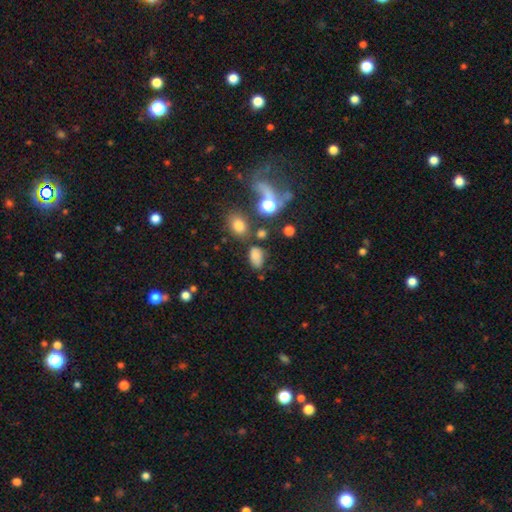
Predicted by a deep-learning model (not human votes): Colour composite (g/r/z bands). It shows a smooth galaxy with no disk features (76%) that is in between round and cigar-shaped (87%). Merging: none (61%).